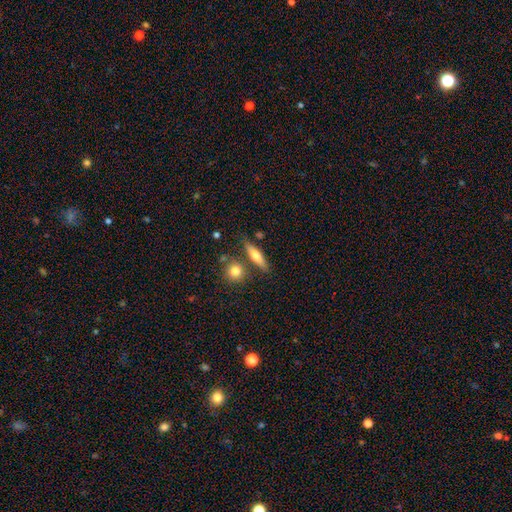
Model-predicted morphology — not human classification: Smooth or featured? smooth (62%)
How rounded? cigar-shaped (67%)
Merging? none (75%)